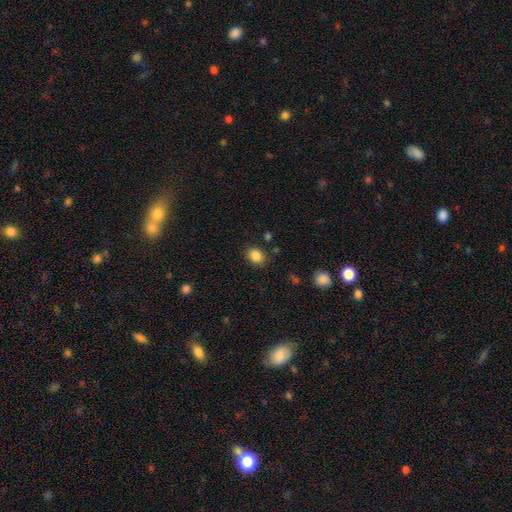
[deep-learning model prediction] smooth 86%, star or artifact 10%, featured or disk 5%. Down the decision tree: how rounded — in between (56%); merging — none (85%).